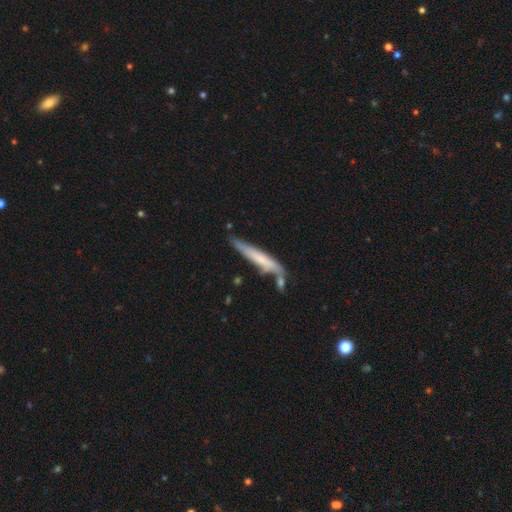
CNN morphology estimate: A smooth galaxy with no disk features (50%). Merging: none (61%).